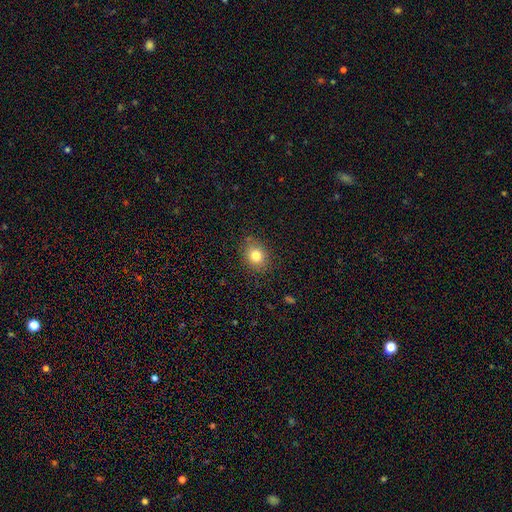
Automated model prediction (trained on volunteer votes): Overall: smooth (81%). How rounded: round (62%; in between 38%). Merging: none (84%).